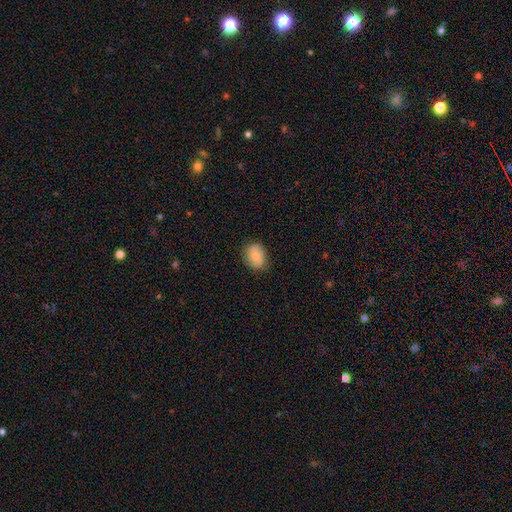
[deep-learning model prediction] The model was most divided on "how rounded": in between: 53%, round: 46%, cigar-shaped: 1%. More confident: merging — none (81%); smooth or featured — smooth (75%).